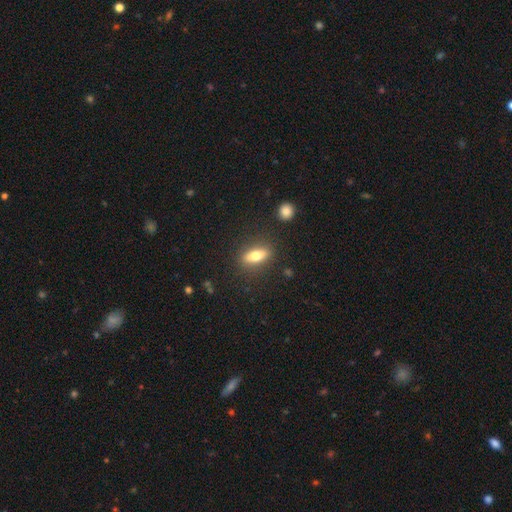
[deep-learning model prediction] The model was most divided on "how rounded": in between: 63%, cigar-shaped: 31%, round: 6%. More confident: merging — none (85%); smooth or featured — smooth (67%).